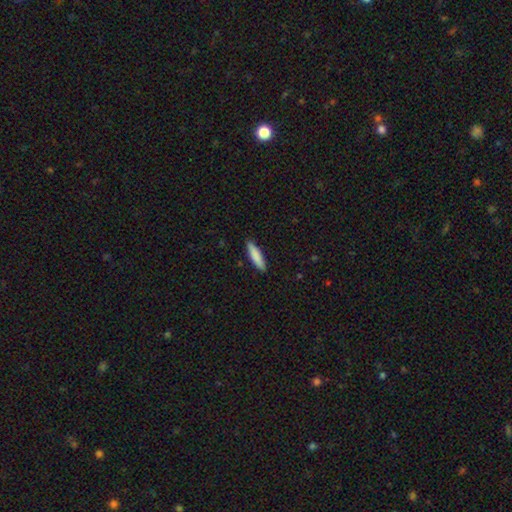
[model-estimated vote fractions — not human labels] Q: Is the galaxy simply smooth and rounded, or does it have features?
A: smooth — 85%.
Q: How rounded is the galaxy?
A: cigar-shaped — 76%.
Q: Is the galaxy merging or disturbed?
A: none — 88%.